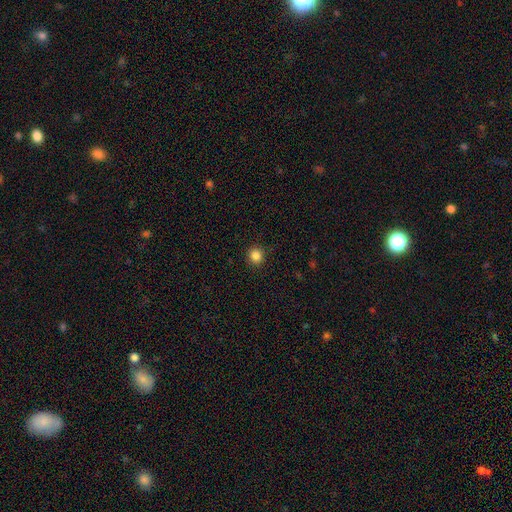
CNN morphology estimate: smooth-or-featured: smooth: 85% | star or artifact: 11% | featured or disk: 3%
  how-rounded: round: 93% | in between: 6% | cigar-shaped: 1%
  merging: none: 91% | minor disturbance: 6% | major disturbance: 2% | merger: 1%